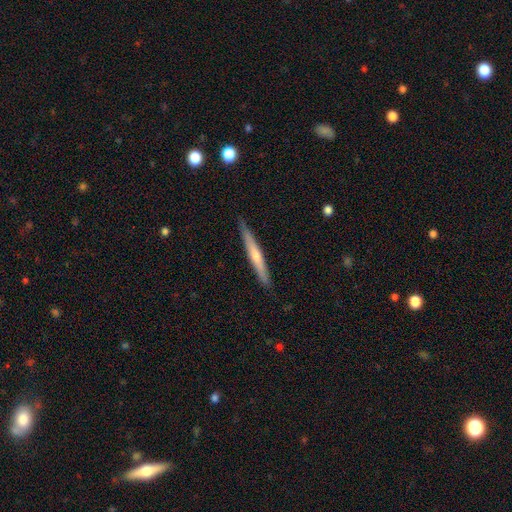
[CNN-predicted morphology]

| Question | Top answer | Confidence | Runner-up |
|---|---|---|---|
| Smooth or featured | featured or disk | 49% | smooth (45%) |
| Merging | none | 87% | minor disturbance (10%) |